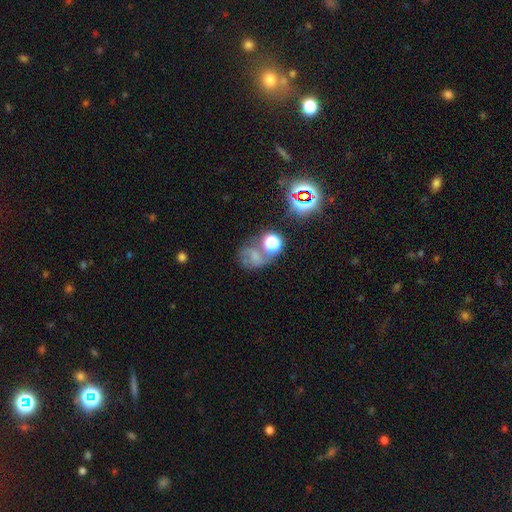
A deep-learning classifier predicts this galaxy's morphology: Overall: smooth (35%, tied with featured or disk). Merging: none (44%; merger 21%).